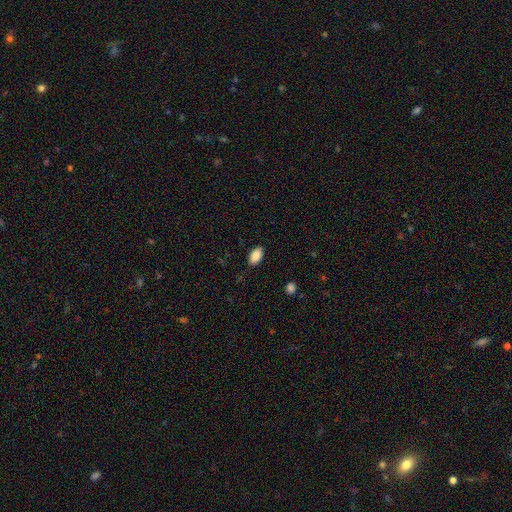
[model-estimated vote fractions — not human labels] smooth-or-featured: smooth: 89% | star or artifact: 7% | featured or disk: 4%
  how-rounded: in between: 94% | round: 4% | cigar-shaped: 2%
  merging: none: 87% | minor disturbance: 9% | major disturbance: 2% | merger: 1%